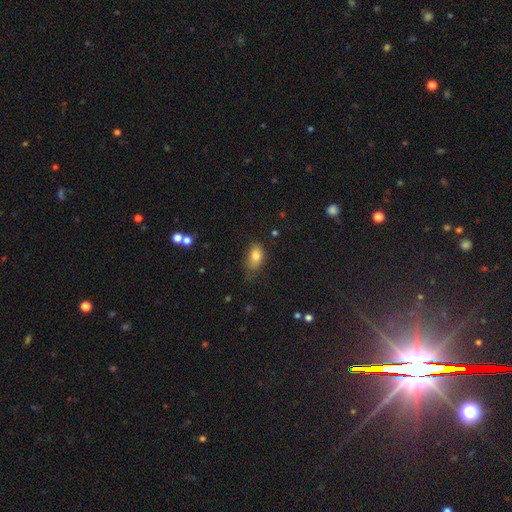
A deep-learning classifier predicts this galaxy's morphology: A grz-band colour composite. It shows a smooth galaxy with no disk features (81%) that is in between round and cigar-shaped (85%). Merging: none (58%).